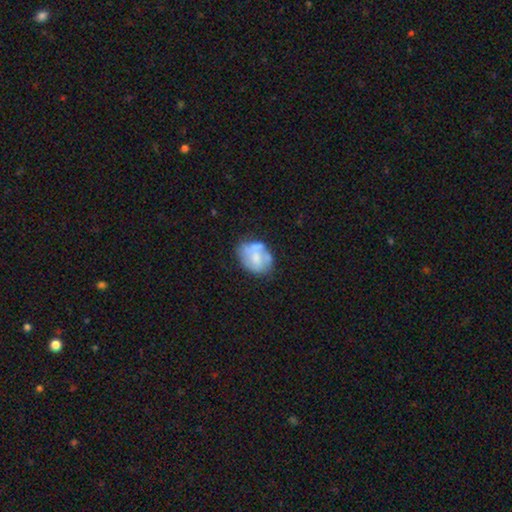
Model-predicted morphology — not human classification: type=smooth (48%); merging=none (45%).